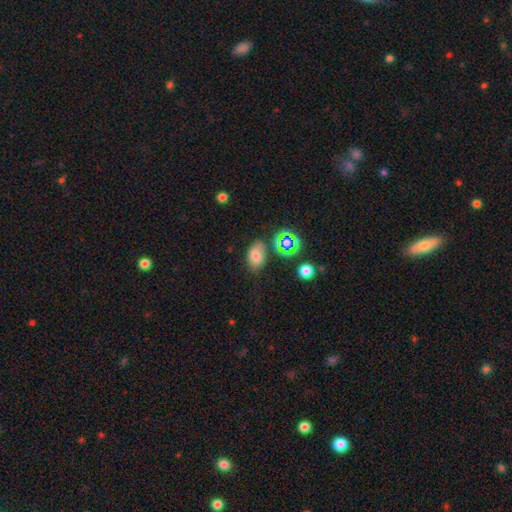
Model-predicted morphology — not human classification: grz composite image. It shows a smooth galaxy with no disk features (70%) that is in between round and cigar-shaped (84%). Merging: none (70%).